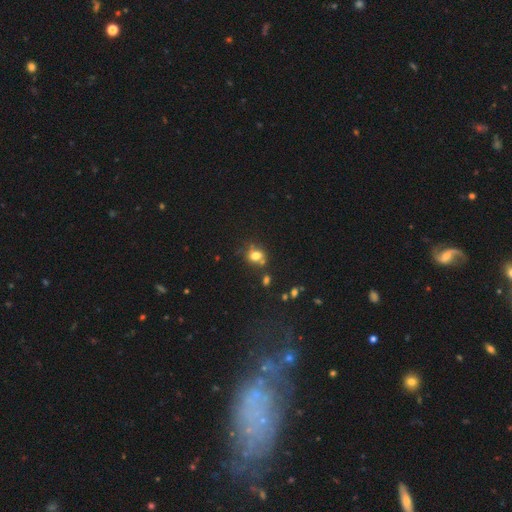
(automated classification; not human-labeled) smooth 70%, star or artifact 16%, featured or disk 14%. Down the decision tree: how rounded — round (62%); merging — none (52%).